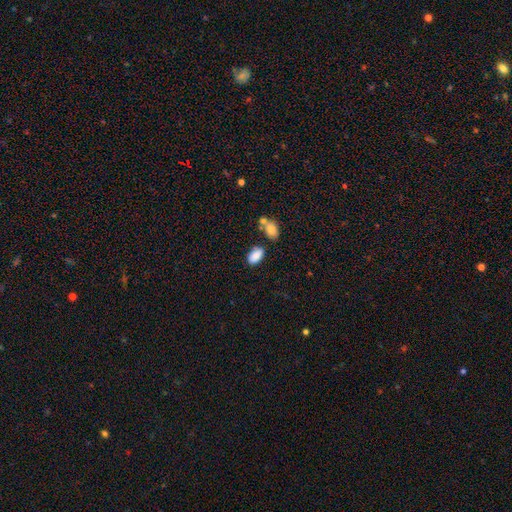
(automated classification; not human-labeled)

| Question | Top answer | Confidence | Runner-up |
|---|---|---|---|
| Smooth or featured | smooth | 87% | star or artifact (8%) |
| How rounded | in between | 93% | round (4%) |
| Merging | none | 73% | minor disturbance (14%) |